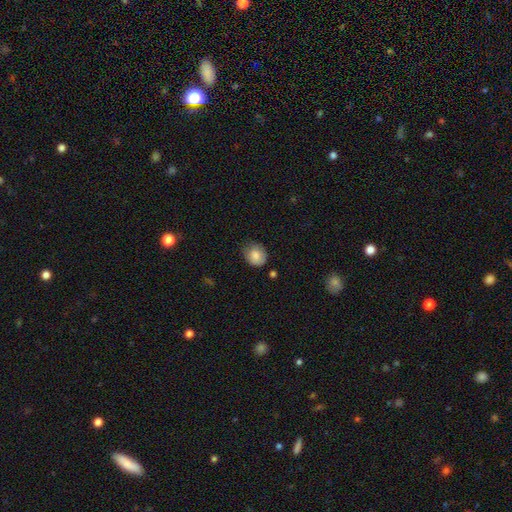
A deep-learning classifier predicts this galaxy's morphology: smooth 83%, featured or disk 8%, star or artifact 8%. Down the decision tree: how rounded — round (69%); merging — none (66%).